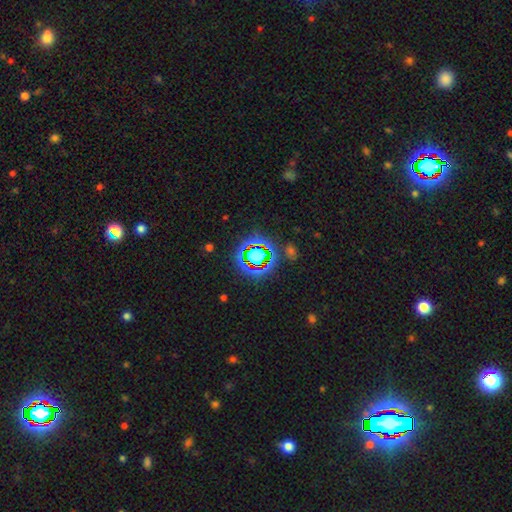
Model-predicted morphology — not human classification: Smooth or featured?
  - star or artifact: 63% *
  - smooth: 24%
  - featured or disk: 13%